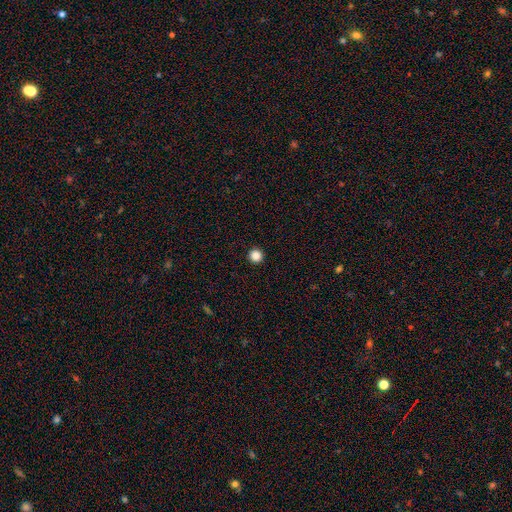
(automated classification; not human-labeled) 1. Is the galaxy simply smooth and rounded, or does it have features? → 86% smooth, 11% star or artifact, 3% featured or disk.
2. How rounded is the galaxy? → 97% round, 2% in between, 1% cigar-shaped.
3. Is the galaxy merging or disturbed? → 94% none, 3% minor disturbance, 1% major disturbance, 1% merger.